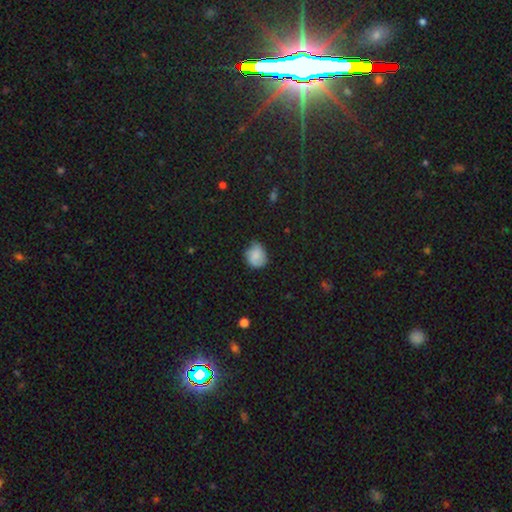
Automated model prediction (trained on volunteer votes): This appears to be a smooth galaxy with no disk features (77%) that is round (67%). Merging: none (56%).